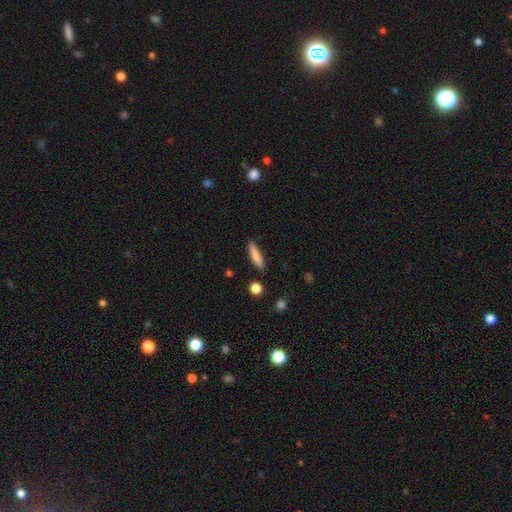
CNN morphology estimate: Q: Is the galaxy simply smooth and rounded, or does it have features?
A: smooth — 83%.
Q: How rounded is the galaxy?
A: cigar-shaped — 80%.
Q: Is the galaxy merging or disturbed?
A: none — 88%.